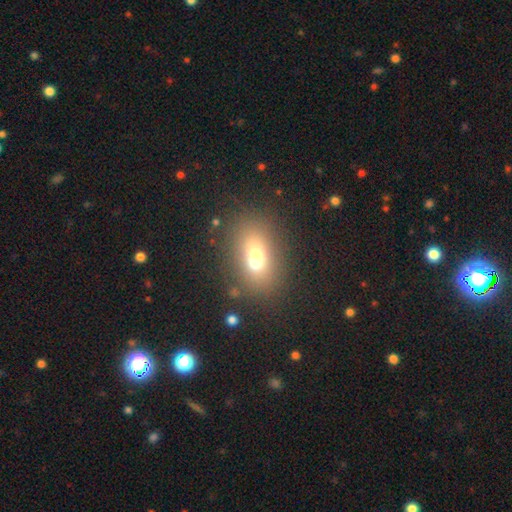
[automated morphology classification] A smooth galaxy with no disk features (63%) that is in between round and cigar-shaped (68%).

Vote fractions:
- Smooth or featured? smooth: 63% / featured or disk: 24% / star or artifact: 14%
- How rounded? in between: 68% / round: 29% / cigar-shaped: 3%
- Merging? merger: 44% / none: 41% / minor disturbance: 10% / major disturbance: 5%